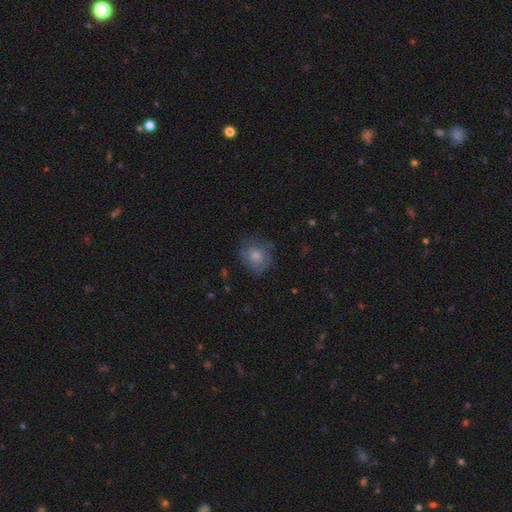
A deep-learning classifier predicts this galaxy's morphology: Q: Smooth or featured?
A: smooth (61%); runner-up: featured or disk (25%)
Q: How rounded?
A: round (74%); runner-up: in between (25%)
Q: Merging?
A: none (74%); runner-up: minor disturbance (18%)